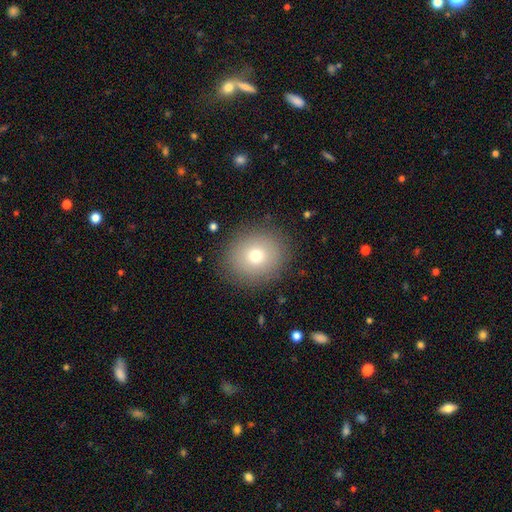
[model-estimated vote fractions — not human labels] Q: Smooth or featured?
A: smooth (73%); runner-up: featured or disk (14%)
Q: How rounded?
A: round (82%); runner-up: in between (17%)
Q: Merging?
A: none (88%); runner-up: minor disturbance (8%)